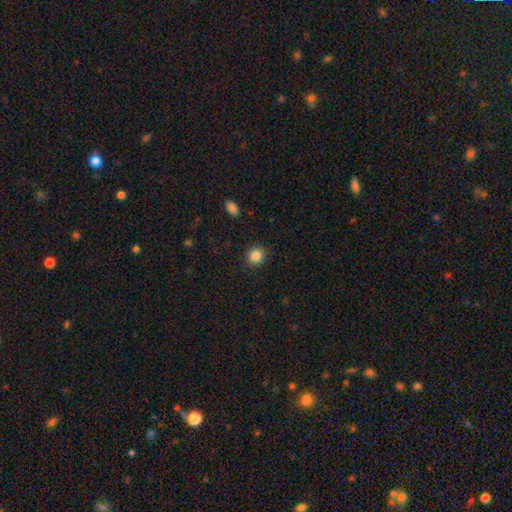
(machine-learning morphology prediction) Smooth or featured? smooth (85%)
How rounded? round (86%)
Merging? none (91%)